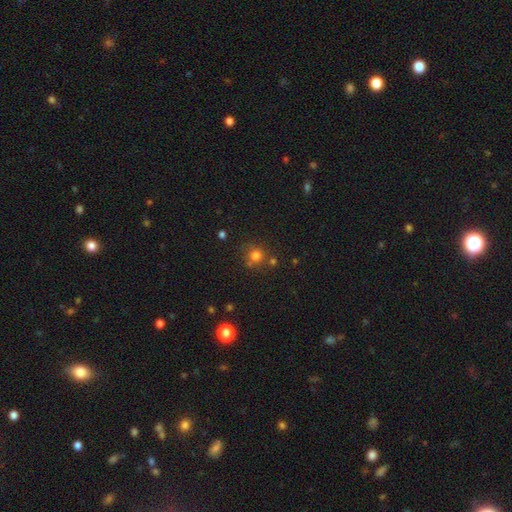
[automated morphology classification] smooth 75%, star or artifact 18%, featured or disk 7%. Down the decision tree: how rounded — round (90%); merging — none (71%).